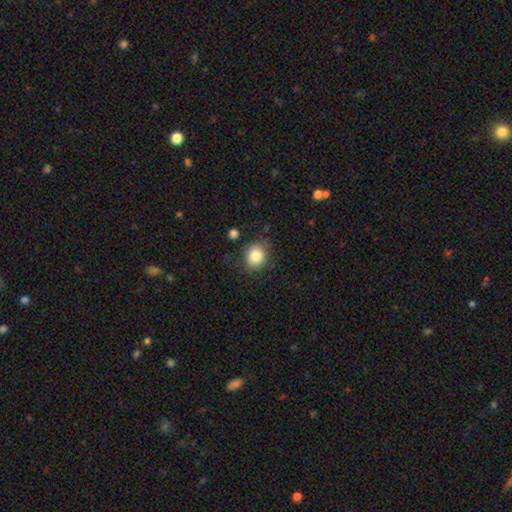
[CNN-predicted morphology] Smooth or featured: smooth — 83% (star or artifact — 10%)
How rounded: round — 67% (in between — 32%)
Merging: none — 81% (minor disturbance — 13%)